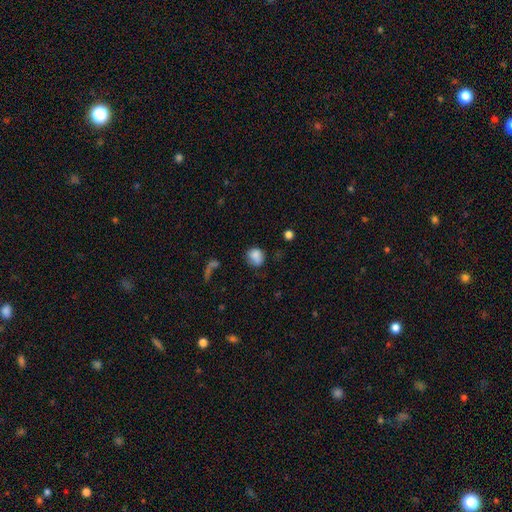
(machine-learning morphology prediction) Smooth or featured? smooth (82%)
How rounded? round (69%)
Merging? none (59%)